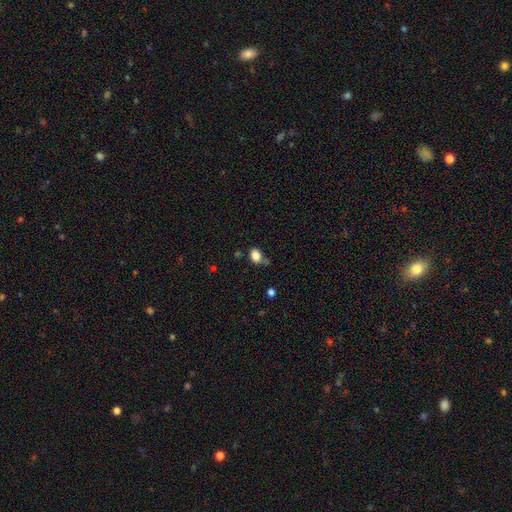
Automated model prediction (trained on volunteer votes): This is clearly a smooth galaxy (84%). How rounded: likely in between (67%). Merging: possibly none (58%).